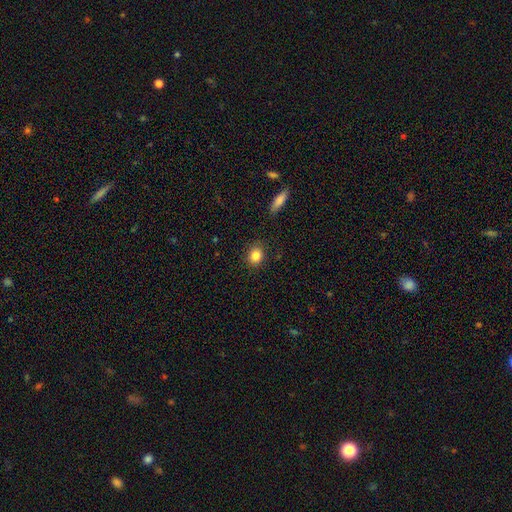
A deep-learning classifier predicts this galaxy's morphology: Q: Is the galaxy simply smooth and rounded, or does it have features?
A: smooth — 84%.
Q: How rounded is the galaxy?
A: round — 69%.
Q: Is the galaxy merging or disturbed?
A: none — 87%.